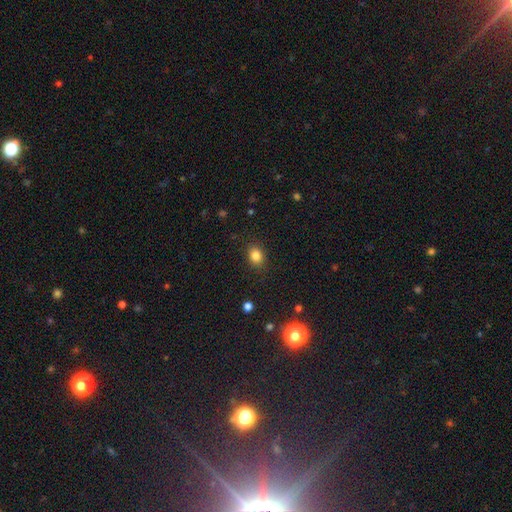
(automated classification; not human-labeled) Overall: smooth (83%). How rounded: round (52%; in between 47%). Merging: none (86%).